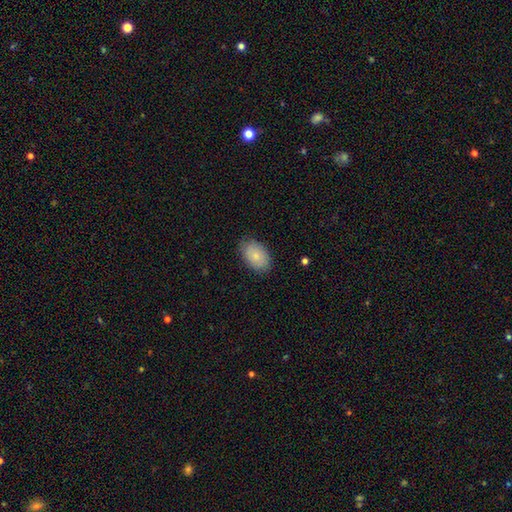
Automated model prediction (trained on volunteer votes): Smooth or featured? Predicted: smooth (p=0.79). How rounded? Predicted: in between (p=0.88). Merging? Predicted: none (p=0.81).